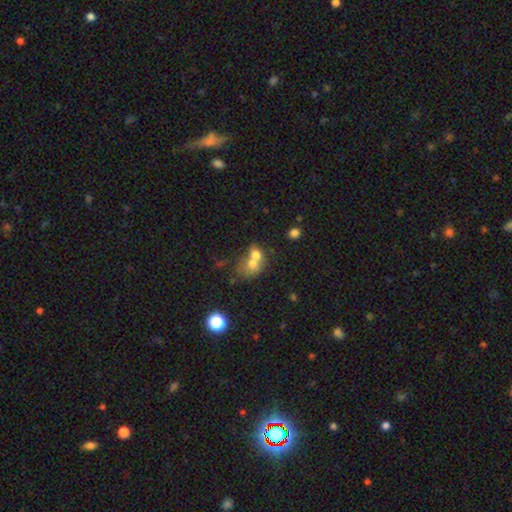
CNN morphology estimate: smooth 66%, featured or disk 22%, star or artifact 12%. Down the decision tree: how rounded — round (49%, tied with in between); merging — merger (70%).